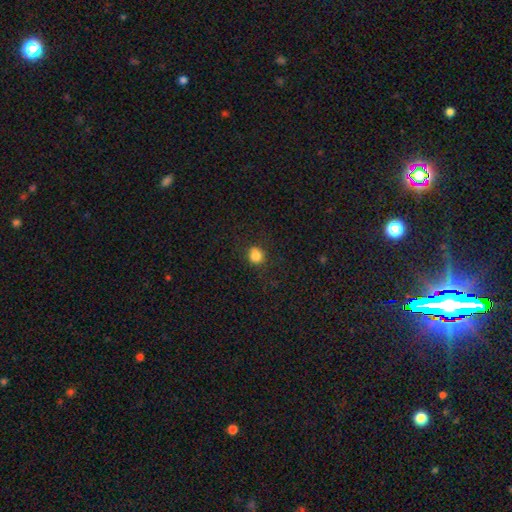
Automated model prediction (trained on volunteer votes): This appears to be a smooth galaxy with no disk features (85%) that is round (78%). Merging: none (84%).